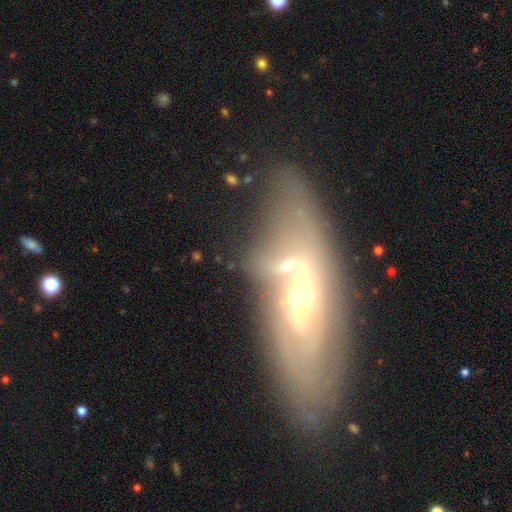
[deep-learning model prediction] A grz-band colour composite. It shows a featured or disk galaxy (65%) with no bar (62%), spiral arms (60%) and a moderate central bulge (65%). Merging: merger (37%).